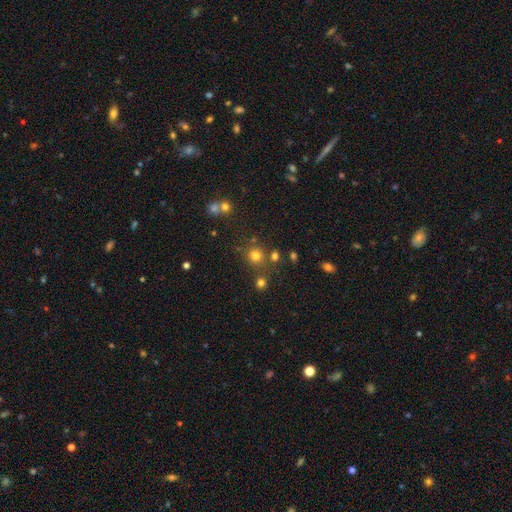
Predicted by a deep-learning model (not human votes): Overall: smooth (74%). How rounded: round (89%). Merging: none (75%).